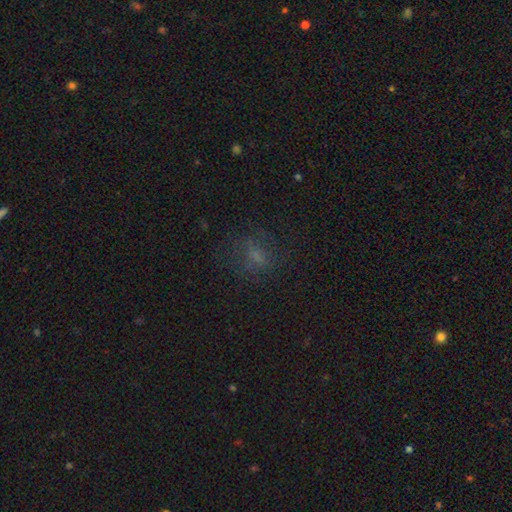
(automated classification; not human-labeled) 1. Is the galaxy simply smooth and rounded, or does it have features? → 56% smooth, 26% star or artifact, 18% featured or disk.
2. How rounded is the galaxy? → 54% in between, 41% round, 4% cigar-shaped.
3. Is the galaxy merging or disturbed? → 66% none, 17% minor disturbance, 15% major disturbance, 2% merger.